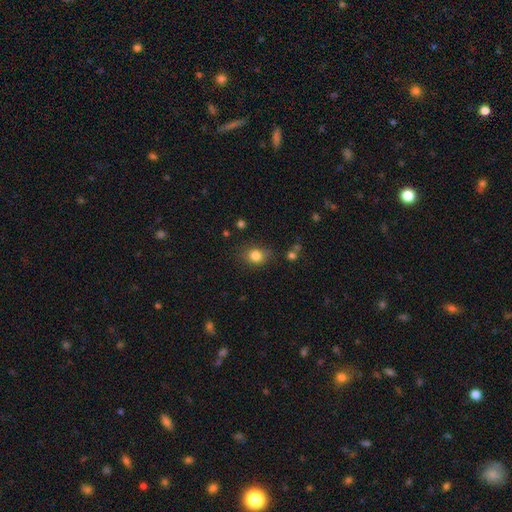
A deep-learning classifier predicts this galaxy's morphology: smooth-or-featured: smooth: 82% | star or artifact: 11% | featured or disk: 7%
  how-rounded: round: 59% | in between: 40% | cigar-shaped: 1%
  merging: none: 74% | minor disturbance: 18% | major disturbance: 5% | merger: 3%